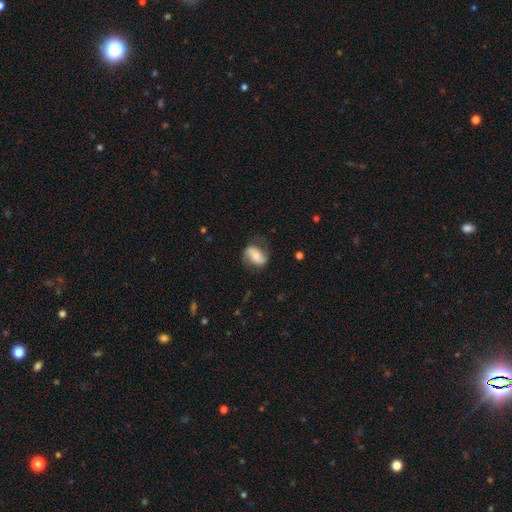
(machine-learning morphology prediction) The model was most divided on "bulge size": moderate: 49%, small: 41%, large: 6%, none: 3%, dominant: 2%. Remaining: edge-on disk — no (95%); spiral arms — yes (84%); merging — none (67%); smooth or featured — featured or disk (56%); bar — no (42%).